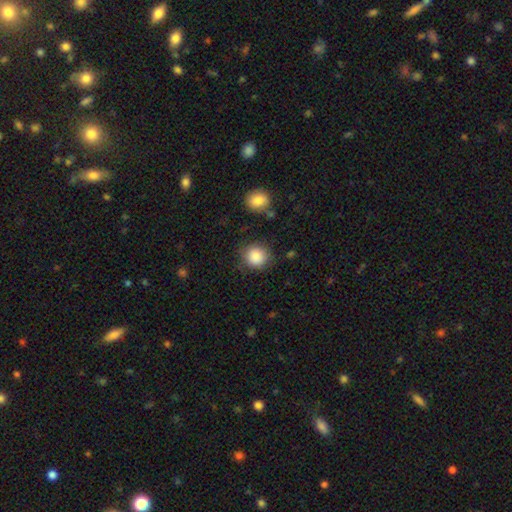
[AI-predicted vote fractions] A smooth galaxy with no disk features (86%) that is round (88%).

Vote fractions:
- Smooth or featured? smooth: 86% / star or artifact: 9% / featured or disk: 5%
- How rounded? round: 88% / in between: 11% / cigar-shaped: 1%
- Merging? none: 81% / minor disturbance: 12% / major disturbance: 4% / merger: 3%